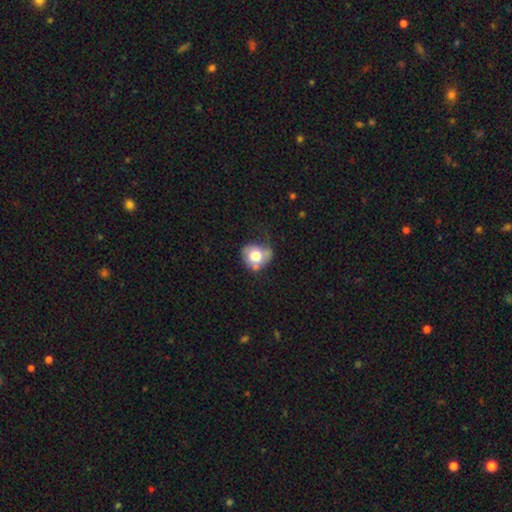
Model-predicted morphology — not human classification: Smooth or featured?
  - smooth: 69% *
  - featured or disk: 23%
  - star or artifact: 9%
How rounded?
  - round: 65% *
  - in between: 34%
  - cigar-shaped: 1%
Merging?
  - minor disturbance: 34% * (tied)
  - none: 34% * (tied)
  - major disturbance: 22%
  - merger: 10%